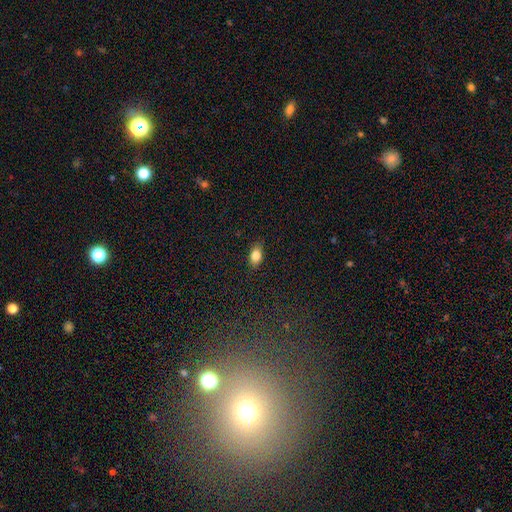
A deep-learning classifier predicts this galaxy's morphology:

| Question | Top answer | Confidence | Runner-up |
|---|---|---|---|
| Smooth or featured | smooth | 82% | featured or disk (9%) |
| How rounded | in between | 86% | round (11%) |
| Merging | none | 86% | minor disturbance (11%) |